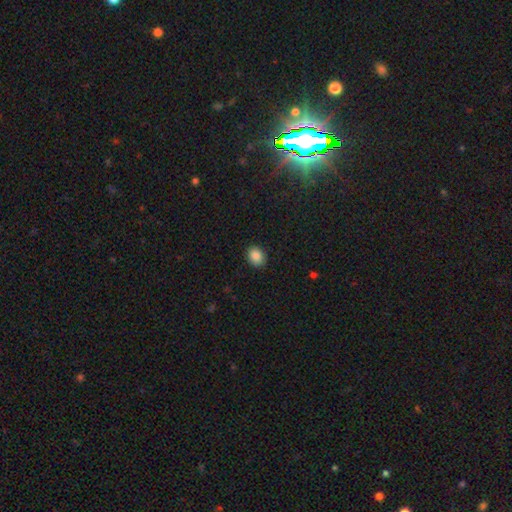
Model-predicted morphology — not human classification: The model was most divided on "how rounded": in between: 57%, round: 42%, cigar-shaped: 1%. More confident: merging — none (89%); smooth or featured — smooth (88%).